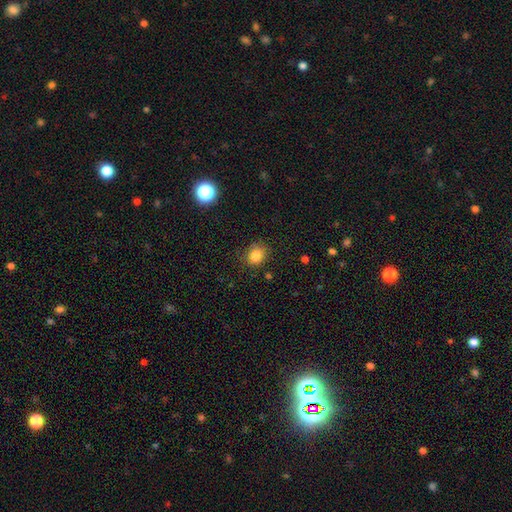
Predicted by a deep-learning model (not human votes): Smooth or featured? smooth (83%)
How rounded? round (62%)
Merging? none (77%)